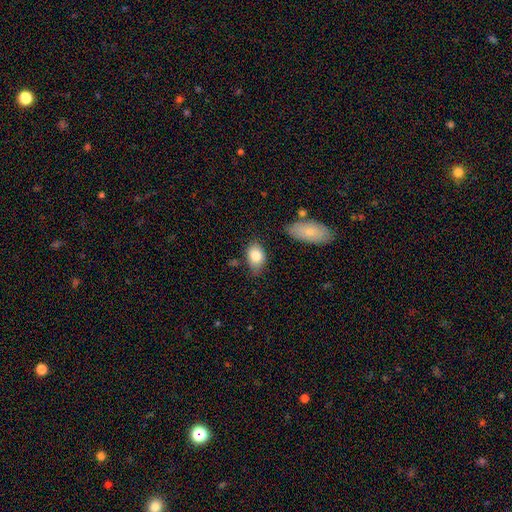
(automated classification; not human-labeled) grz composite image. It shows a smooth galaxy with no disk features (84%) that is in between round and cigar-shaped (83%). Merging: none (65%).